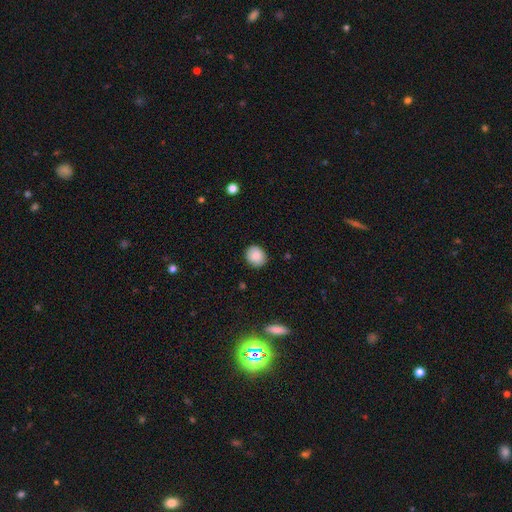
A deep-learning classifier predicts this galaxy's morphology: smooth-or-featured: smooth: 87% | star or artifact: 8% | featured or disk: 5%
  how-rounded: round: 80% | in between: 19% | cigar-shaped: 1%
  merging: none: 86% | minor disturbance: 11% | major disturbance: 2% | merger: 1%